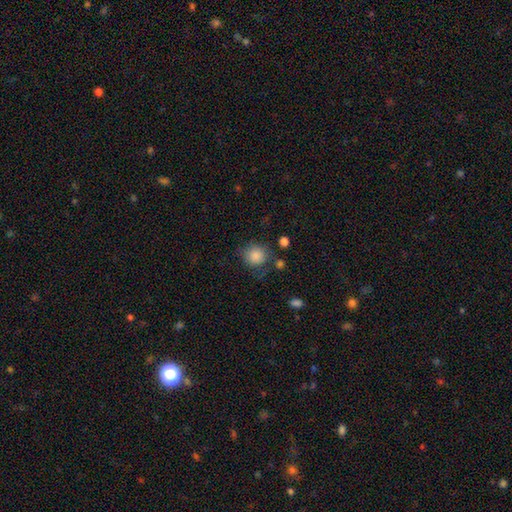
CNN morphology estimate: The model was most divided on "merging": none: 71%, minor disturbance: 17%, major disturbance: 7%, merger: 5%. More confident: how rounded — round (88%); smooth or featured — smooth (86%).